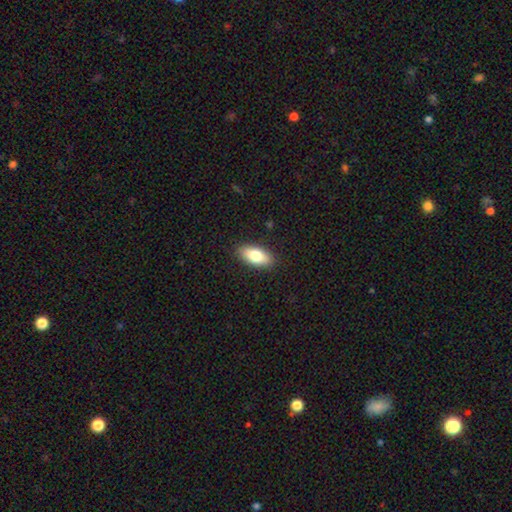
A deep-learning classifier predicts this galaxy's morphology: type=smooth (79%); roundness=in between (87%); merging=none (89%).